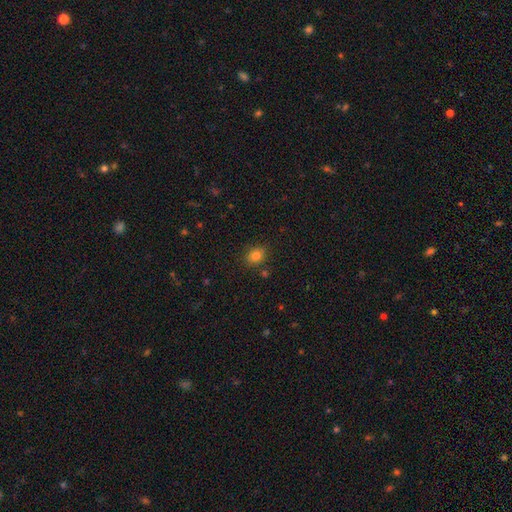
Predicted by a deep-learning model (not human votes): Smooth or featured: smooth — 81% (star or artifact — 13%)
How rounded: round — 53% (in between — 46%)
Merging: none — 83% (minor disturbance — 11%)